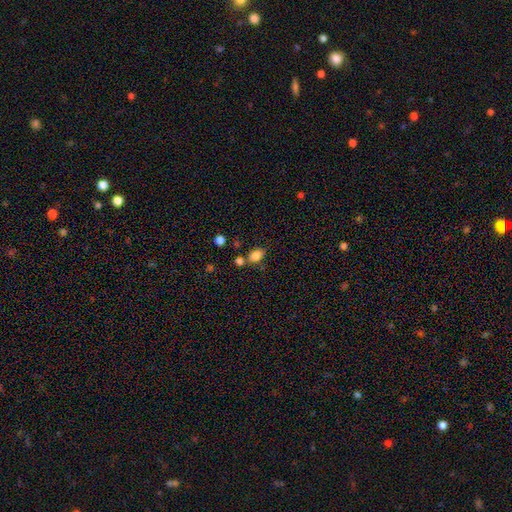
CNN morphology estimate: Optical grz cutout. It shows a smooth galaxy with no disk features (84%) that is in between round and cigar-shaped (81%). Merging: none (62%).